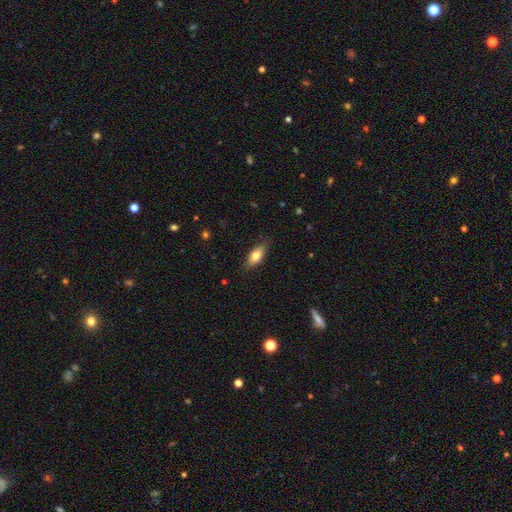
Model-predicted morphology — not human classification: A smooth galaxy with no disk features (69%) that is in between round and cigar-shaped (74%). Merging: none (82%).